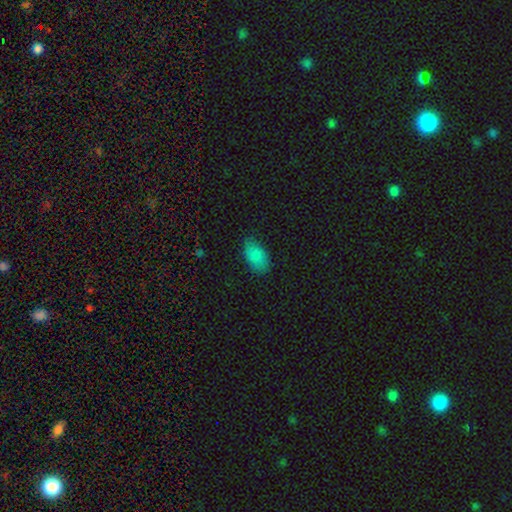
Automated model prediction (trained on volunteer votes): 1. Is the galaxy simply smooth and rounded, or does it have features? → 85% smooth, 9% star or artifact, 6% featured or disk.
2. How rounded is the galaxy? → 93% in between, 5% round, 2% cigar-shaped.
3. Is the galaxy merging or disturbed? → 77% none, 19% minor disturbance, 4% major disturbance, 1% merger.